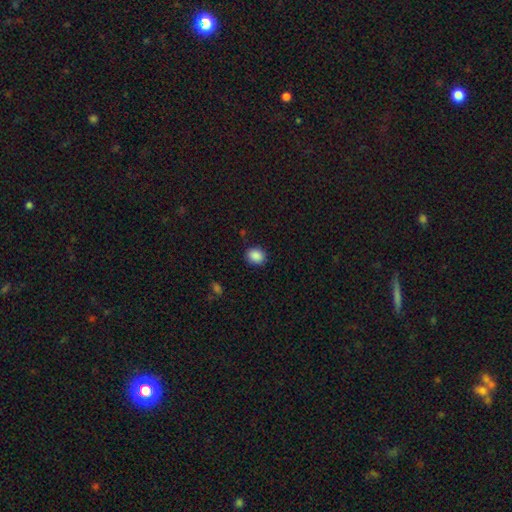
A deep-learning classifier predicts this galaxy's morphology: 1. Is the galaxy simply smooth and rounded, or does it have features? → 89% smooth, 9% star or artifact, 3% featured or disk.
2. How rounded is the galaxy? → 60% round, 39% in between, 1% cigar-shaped.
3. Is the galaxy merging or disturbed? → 88% none, 9% minor disturbance, 2% major disturbance, 1% merger.